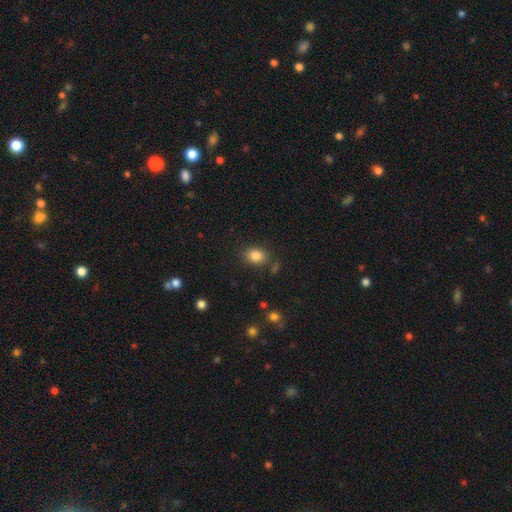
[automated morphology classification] A smooth galaxy with no disk features (84%) that is in between round and cigar-shaped (61%). Merging: none (81%).